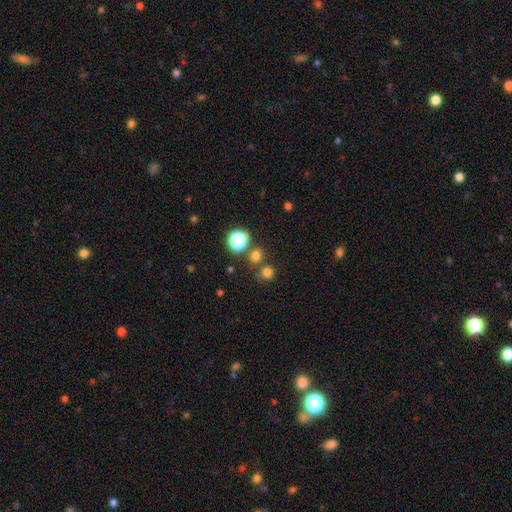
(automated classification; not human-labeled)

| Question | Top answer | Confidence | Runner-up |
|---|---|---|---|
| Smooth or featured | smooth | 69% | star or artifact (25%) |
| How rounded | round | 84% | in between (15%) |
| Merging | none | 71% | merger (17%) |